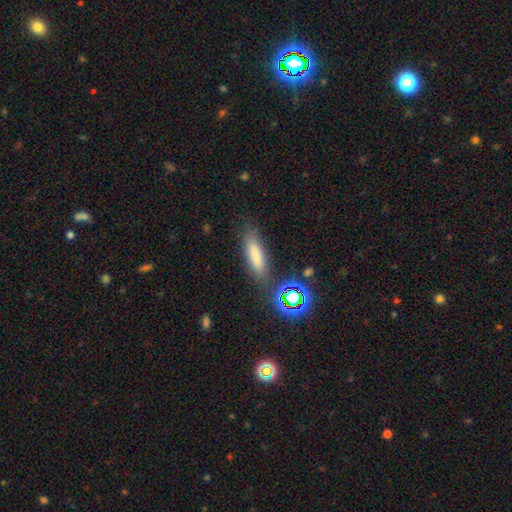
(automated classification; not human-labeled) Overall: smooth (75%). How rounded: cigar-shaped (52%; in between 44%). Merging: none (78%).